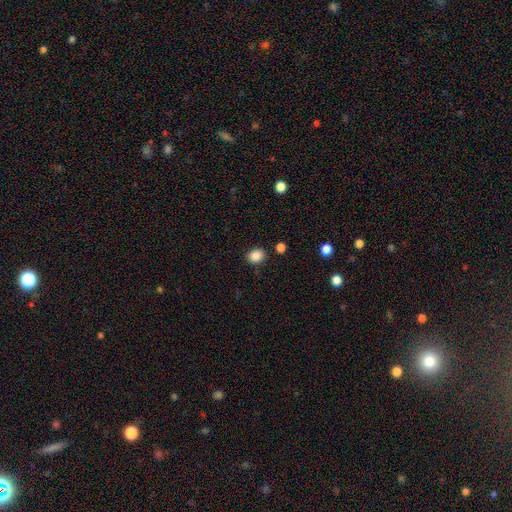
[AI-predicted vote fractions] Smooth or featured?
  - smooth: 87% *
  - star or artifact: 10%
  - featured or disk: 4%
How rounded?
  - round: 53% *
  - in between: 46%
  - cigar-shaped: 1%
Merging?
  - none: 84% *
  - minor disturbance: 10%
  - merger: 3%
  - major disturbance: 3%